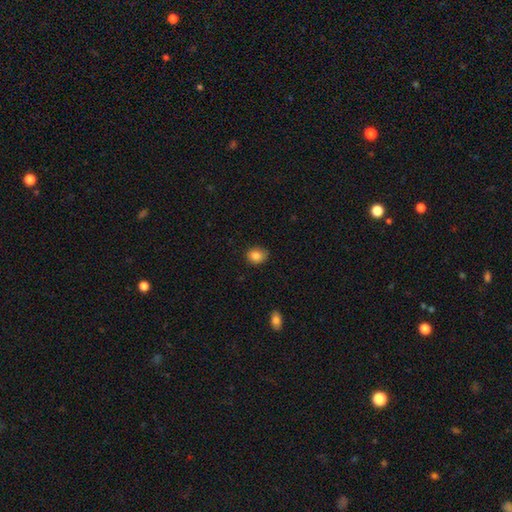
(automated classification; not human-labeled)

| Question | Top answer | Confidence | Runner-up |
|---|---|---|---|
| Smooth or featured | smooth | 84% | star or artifact (10%) |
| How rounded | round | 57% | in between (42%) |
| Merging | none | 74% | minor disturbance (21%) |